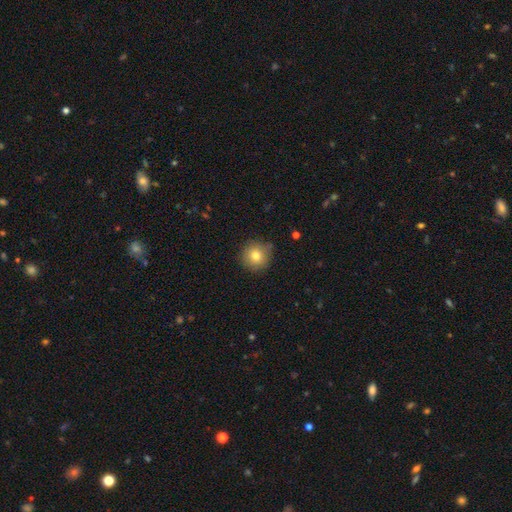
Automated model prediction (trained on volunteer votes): Smooth or featured?
  - smooth: 80% *
  - star or artifact: 10%
  - featured or disk: 10%
How rounded?
  - round: 94% *
  - in between: 5%
  - cigar-shaped: 1%
Merging?
  - none: 84% *
  - minor disturbance: 12%
  - major disturbance: 2%
  - merger: 2%